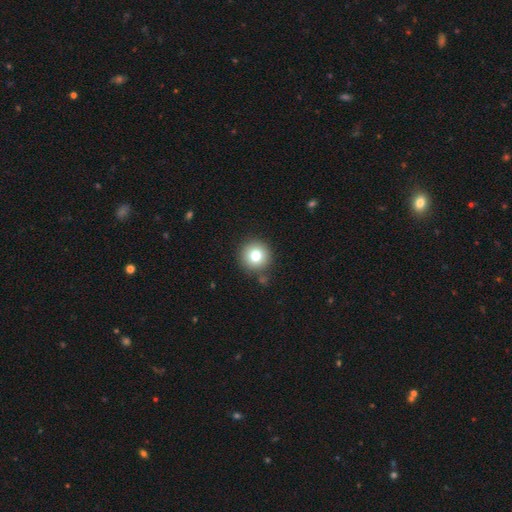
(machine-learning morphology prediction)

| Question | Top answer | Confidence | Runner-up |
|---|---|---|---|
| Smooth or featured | smooth | 77% | star or artifact (12%) |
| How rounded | round | 95% | in between (4%) |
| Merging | none | 86% | minor disturbance (8%) |